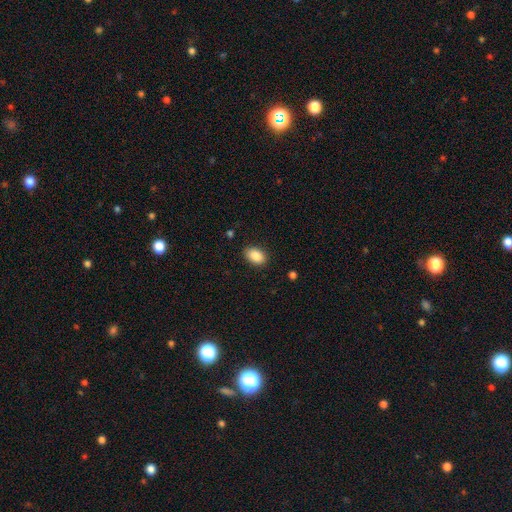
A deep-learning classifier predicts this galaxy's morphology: Smooth or featured?
  - smooth: 88% *
  - star or artifact: 8%
  - featured or disk: 4%
How rounded?
  - in between: 87% *
  - round: 12%
  - cigar-shaped: 1%
Merging?
  - none: 86% *
  - minor disturbance: 10%
  - major disturbance: 2%
  - merger: 1%